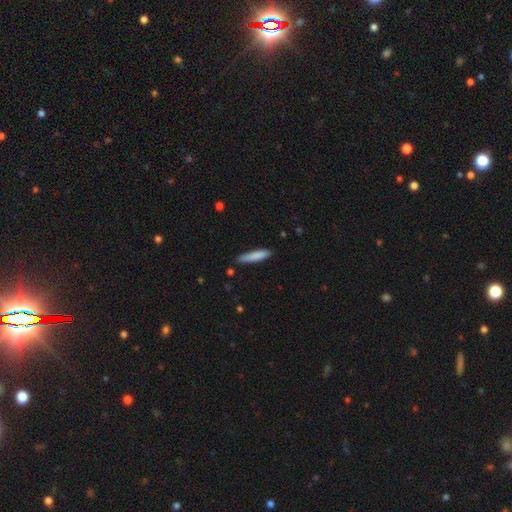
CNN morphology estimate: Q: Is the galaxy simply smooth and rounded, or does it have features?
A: smooth — 84%.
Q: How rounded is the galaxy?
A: cigar-shaped — 86%.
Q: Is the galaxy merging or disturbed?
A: none — 84%.